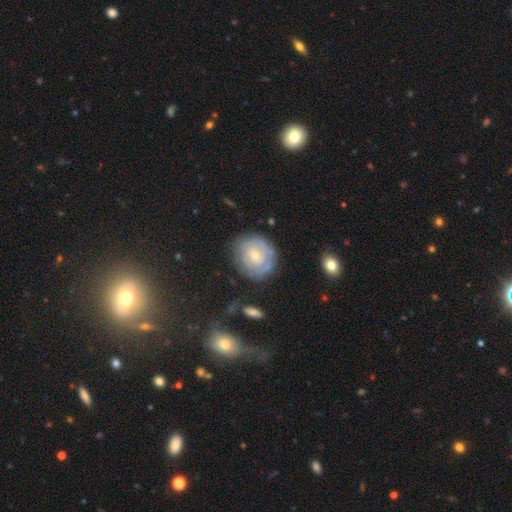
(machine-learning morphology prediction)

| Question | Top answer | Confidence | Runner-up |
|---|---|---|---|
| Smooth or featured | featured or disk | 61% | smooth (32%) |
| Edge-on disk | no | 97% | yes (3%) |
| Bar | no | 82% | weak (15%) |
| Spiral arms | yes | 68% | no (32%) |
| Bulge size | small | 70% | moderate (26%) |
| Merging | none | 71% | minor disturbance (19%) |